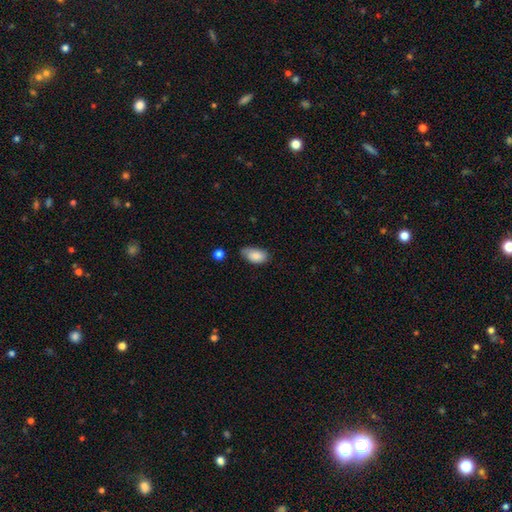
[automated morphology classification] Q: Smooth or featured?
A: smooth (84%); runner-up: featured or disk (9%)
Q: How rounded?
A: in between (93%); runner-up: round (4%)
Q: Merging?
A: none (61%); runner-up: minor disturbance (31%)